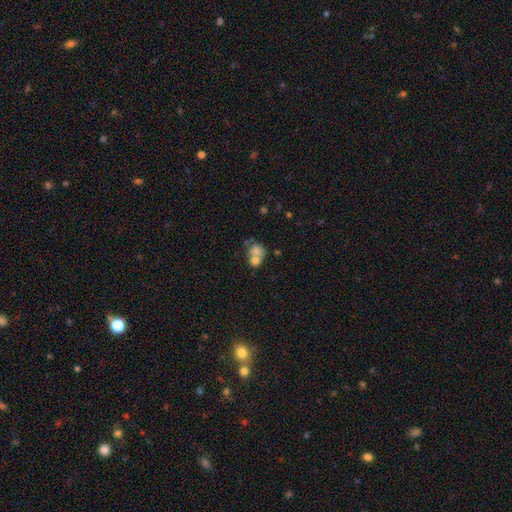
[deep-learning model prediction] Morphology: type=smooth (69%); roundness=round (59%); merging=merger (62%).